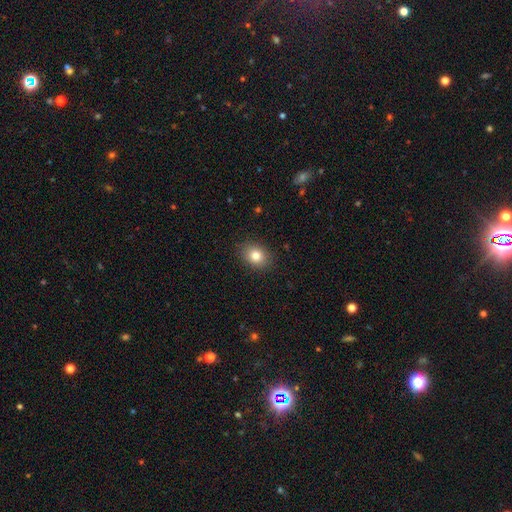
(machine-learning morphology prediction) smooth-or-featured: smooth: 82% | star or artifact: 10% | featured or disk: 8%
  how-rounded: in between: 55% | round: 44% | cigar-shaped: 1%
  merging: none: 88% | minor disturbance: 9% | major disturbance: 2% | merger: 1%